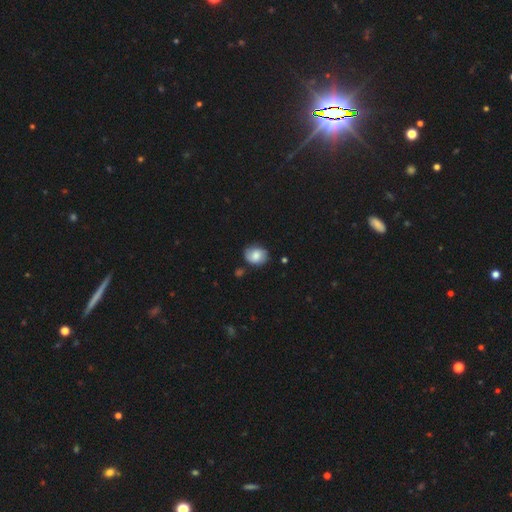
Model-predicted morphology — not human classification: Overall: smooth (70%). How rounded: round (53%; in between 46%). Merging: none (72%).